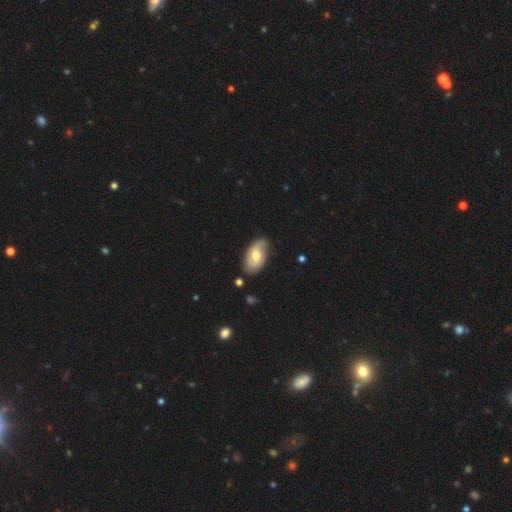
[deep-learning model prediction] smooth 51%, featured or disk 43%, star or artifact 6%. Down the decision tree: how rounded — in between (93%); merging — none (73%).